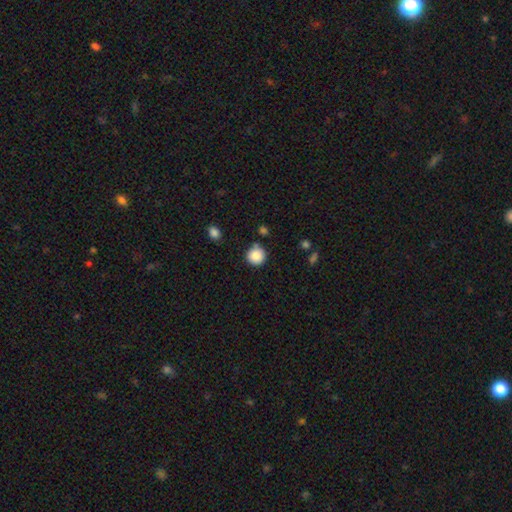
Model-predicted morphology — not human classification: This is clearly a smooth galaxy (87%). How rounded: clearly round (94%). Merging: clearly none (81%).